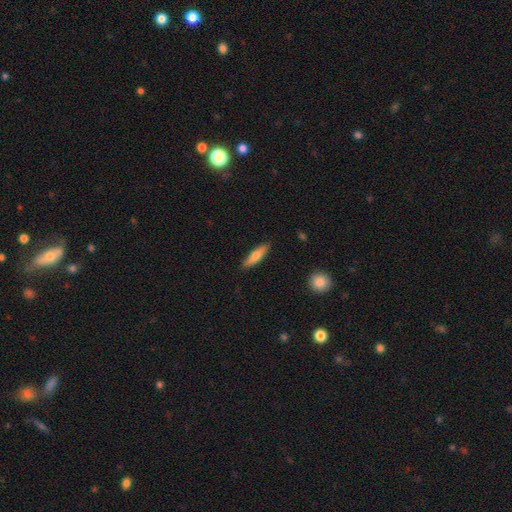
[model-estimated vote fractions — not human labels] Morphology: type=smooth (69%); roundness=cigar-shaped (68%); merging=none (89%).